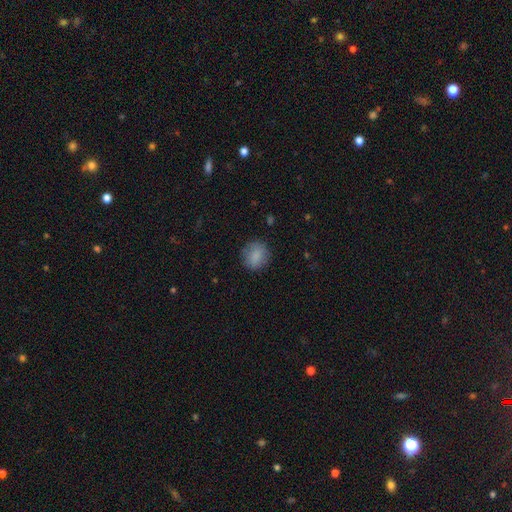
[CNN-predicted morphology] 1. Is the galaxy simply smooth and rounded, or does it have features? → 85% smooth, 8% star or artifact, 7% featured or disk.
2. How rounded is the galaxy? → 80% round, 19% in between, 1% cigar-shaped.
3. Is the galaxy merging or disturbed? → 81% none, 14% minor disturbance, 4% major disturbance, 1% merger.